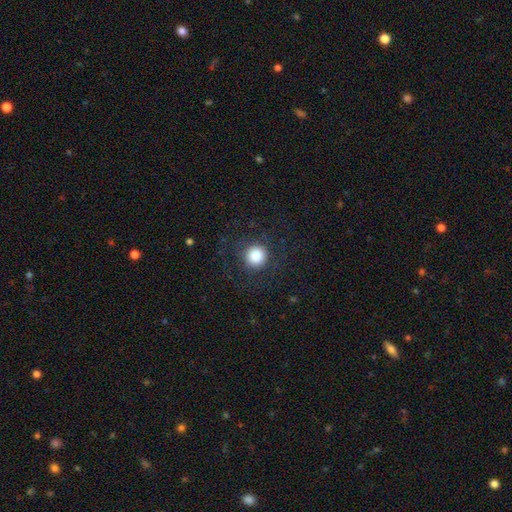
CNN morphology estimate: This is clearly a smooth galaxy (84%). How rounded: clearly round (94%). Merging: clearly none (86%).